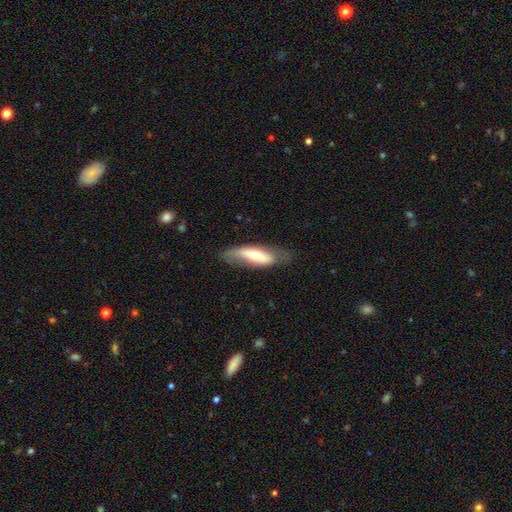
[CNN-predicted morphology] type=smooth (49%); merging=none (61%).